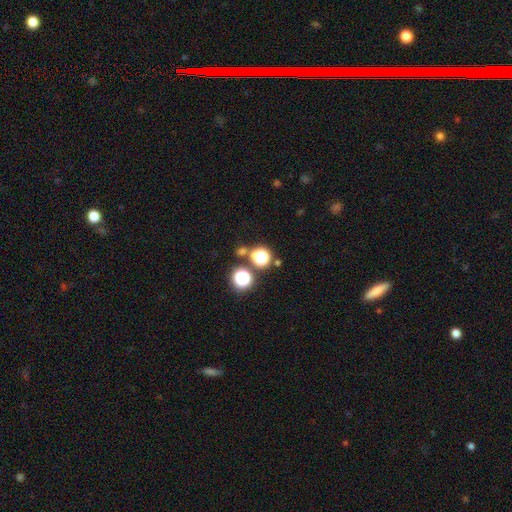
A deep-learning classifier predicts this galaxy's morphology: Overall: star or artifact (51%; smooth 42%).